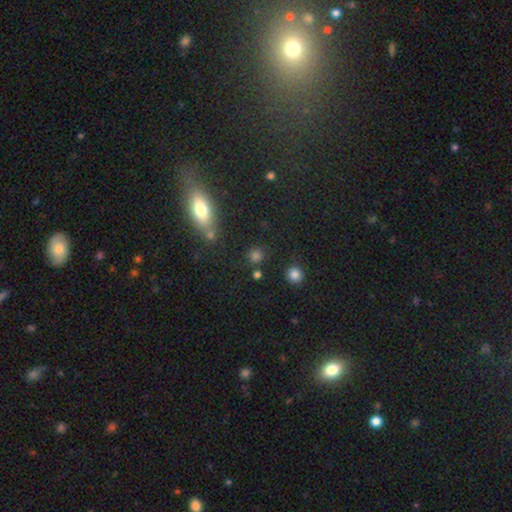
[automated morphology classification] This is likely a smooth galaxy (76%). How rounded: clearly round (83%). Merging: likely none (78%).